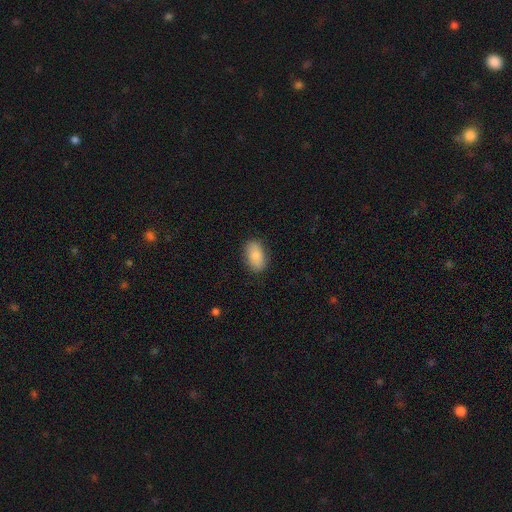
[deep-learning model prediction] smooth-or-featured: smooth: 82% | featured or disk: 11% | star or artifact: 7%
  how-rounded: in between: 91% | round: 7% | cigar-shaped: 2%
  merging: none: 84% | minor disturbance: 12% | major disturbance: 3% | merger: 1%